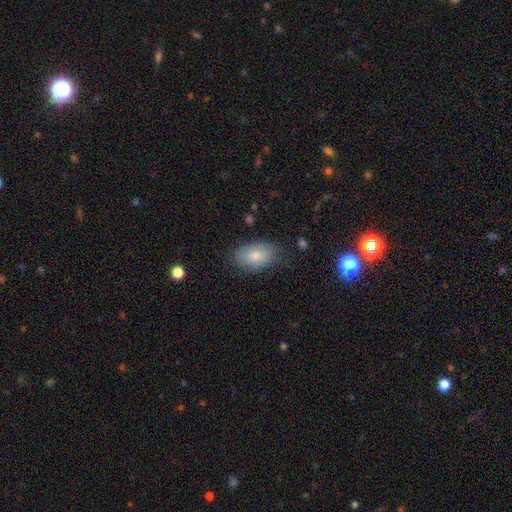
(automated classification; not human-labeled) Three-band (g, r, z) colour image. It shows a smooth galaxy with no disk features (80%) that is in between round and cigar-shaped (92%). Merging: none (76%).